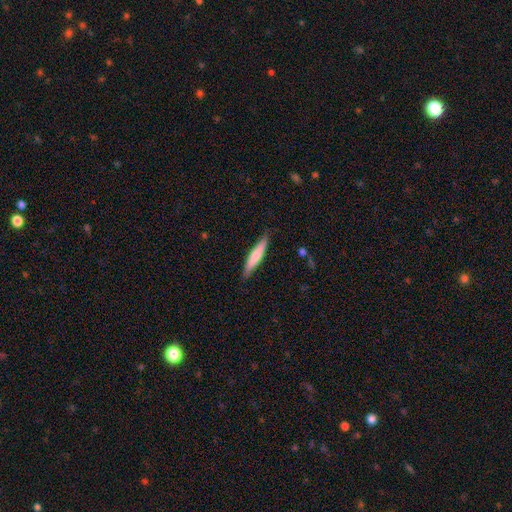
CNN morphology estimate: A smooth galaxy with no disk features (69%) that is cigar-shaped (90%).

Vote fractions:
- Smooth or featured? smooth: 69% / featured or disk: 25% / star or artifact: 5%
- How rounded? cigar-shaped: 90% / in between: 8% / round: 1%
- Merging? none: 86% / minor disturbance: 11% / major disturbance: 2% / merger: 1%